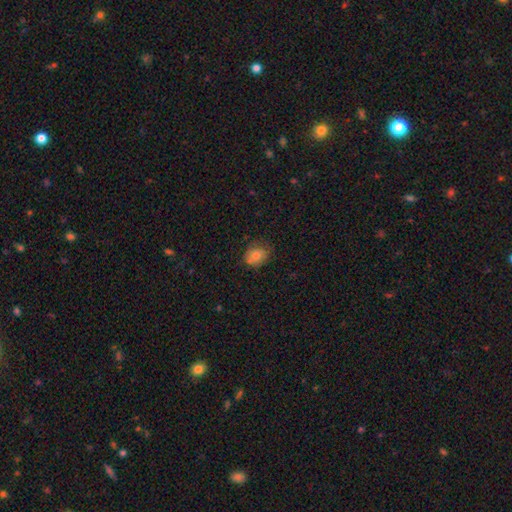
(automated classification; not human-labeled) Smooth or featured? Predicted: smooth (p=0.77). How rounded? Predicted: round (p=0.51). Merging? Predicted: none (p=0.68).